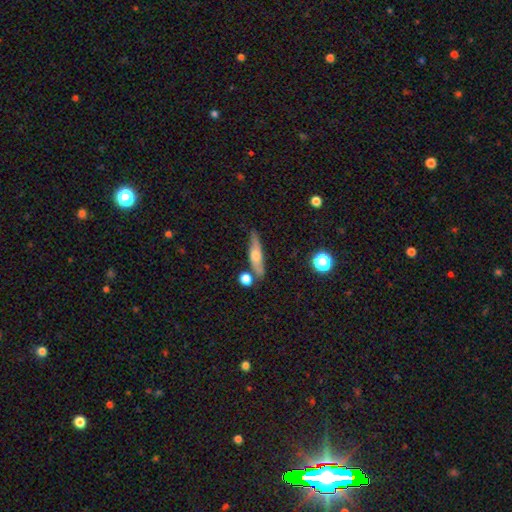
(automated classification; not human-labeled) A smooth galaxy with no disk features (48%).

Vote fractions:
- Smooth or featured? smooth: 48% / featured or disk: 44% / star or artifact: 7%
- Merging? none: 72% / minor disturbance: 16% / merger: 9% / major disturbance: 4%